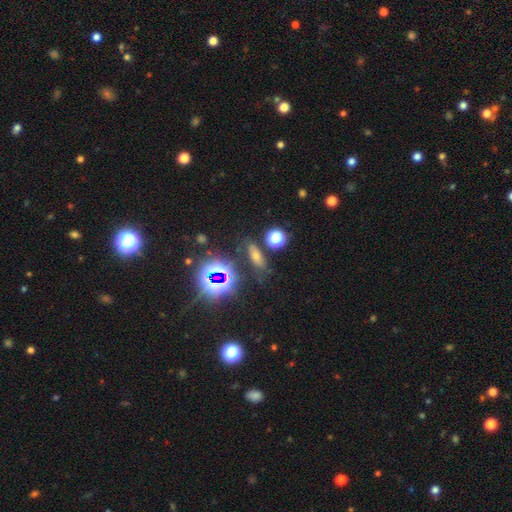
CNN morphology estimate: Overall: smooth (46%; star or artifact 40%). Merging: none (78%).